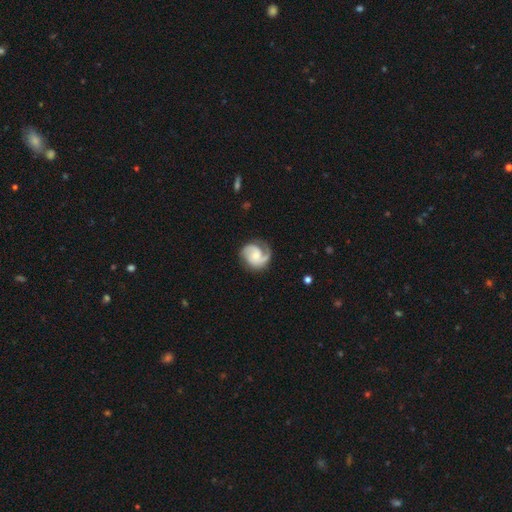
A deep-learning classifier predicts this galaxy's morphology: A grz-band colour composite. It shows a featured or disk galaxy (82%) with no bar (62%), 2 (72%) medium (47%) spiral arms (97%) and a small central bulge (52%). Merging: none (69%).